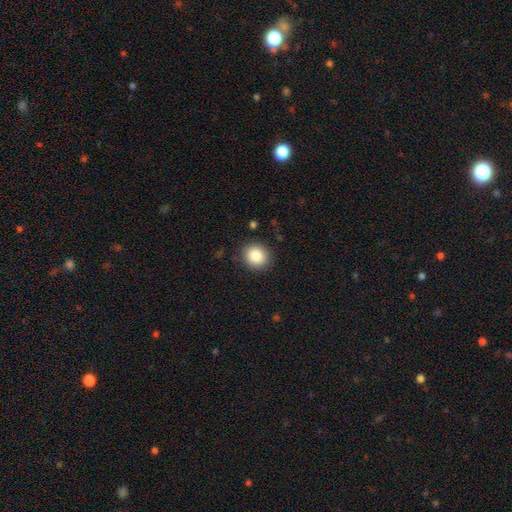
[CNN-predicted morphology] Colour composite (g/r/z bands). It shows a smooth galaxy with no disk features (87%) that is round (85%). Merging: none (89%).